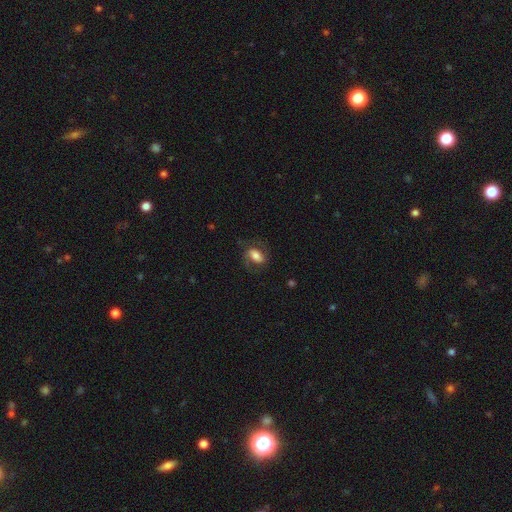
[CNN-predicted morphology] Smooth or featured? featured or disk (49%)
Merging? none (65%)